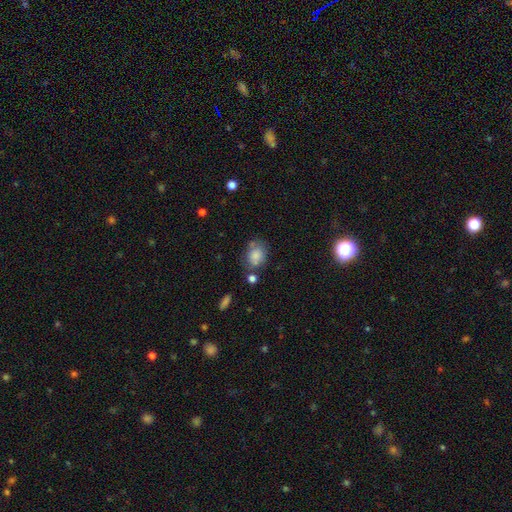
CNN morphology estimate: smooth_or_featured: smooth (p=0.80) [alt: featured or disk p=0.11]
how_rounded: in between (p=0.57) [alt: round p=0.41]
merging: none (p=0.57) [alt: minor disturbance p=0.22]